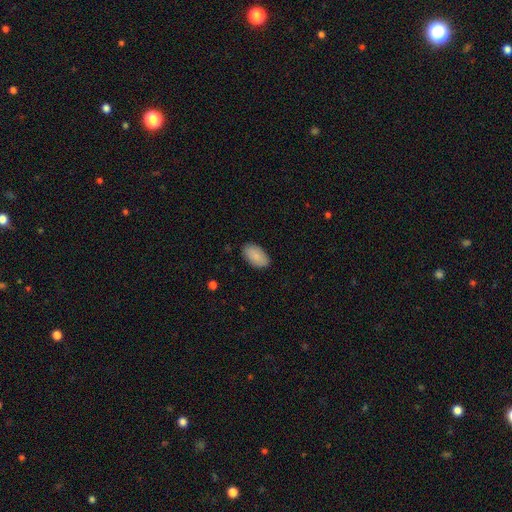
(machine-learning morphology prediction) Q: Smooth or featured?
A: smooth (89%); runner-up: star or artifact (6%)
Q: How rounded?
A: in between (95%); runner-up: round (4%)
Q: Merging?
A: none (87%); runner-up: minor disturbance (10%)